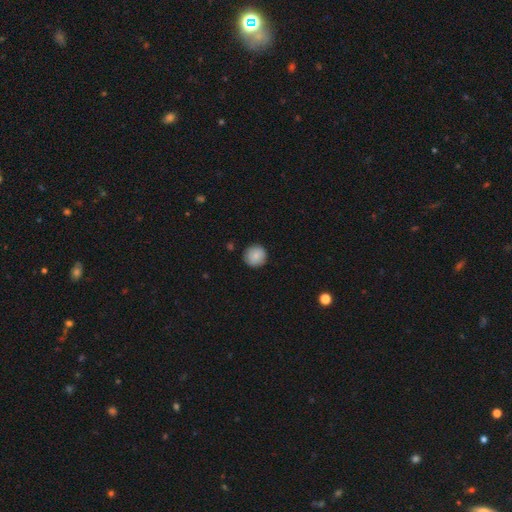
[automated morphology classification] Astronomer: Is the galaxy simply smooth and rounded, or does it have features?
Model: smooth — 86%.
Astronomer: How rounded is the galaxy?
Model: round — 94%.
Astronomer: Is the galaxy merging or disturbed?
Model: none — 89%.